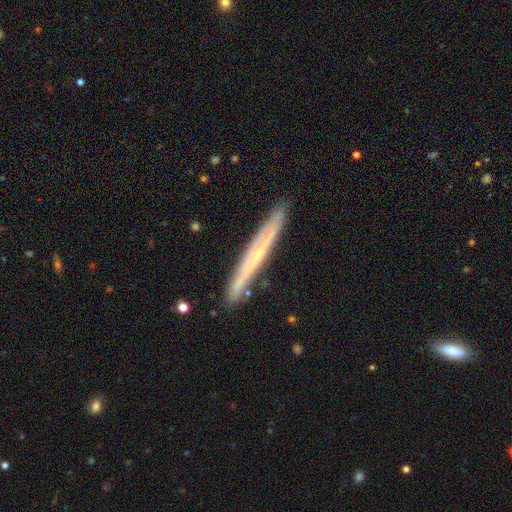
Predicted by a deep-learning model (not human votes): Overall: featured or disk (59%; smooth 35%). Edge-on disk: yes (91%). Edge-on bulge: none (69%). Merging: none (87%).